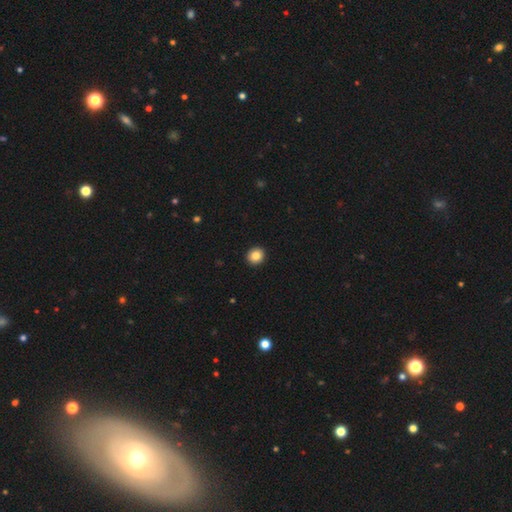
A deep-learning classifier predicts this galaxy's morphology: Smooth or featured: smooth — 84% (star or artifact — 9%)
How rounded: round — 88% (in between — 11%)
Merging: none — 94% (minor disturbance — 4%)